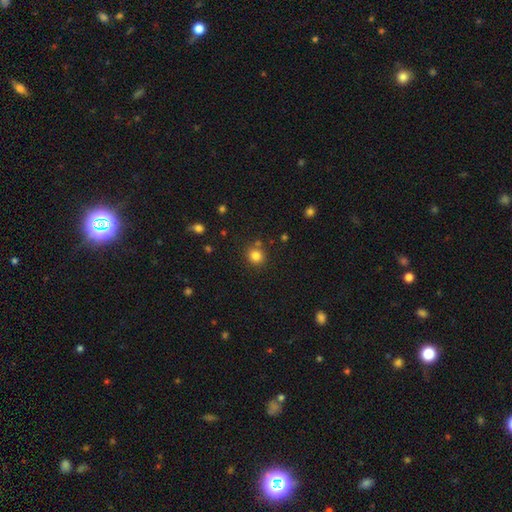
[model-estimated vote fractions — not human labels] Smooth or featured? Predicted: smooth (p=0.82). How rounded? Predicted: round (p=0.90). Merging? Predicted: none (p=0.81).